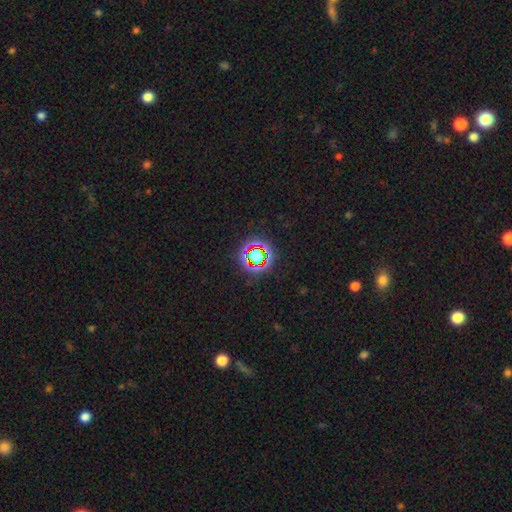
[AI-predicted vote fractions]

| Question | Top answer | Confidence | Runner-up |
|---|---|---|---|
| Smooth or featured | star or artifact | 68% | smooth (21%) |